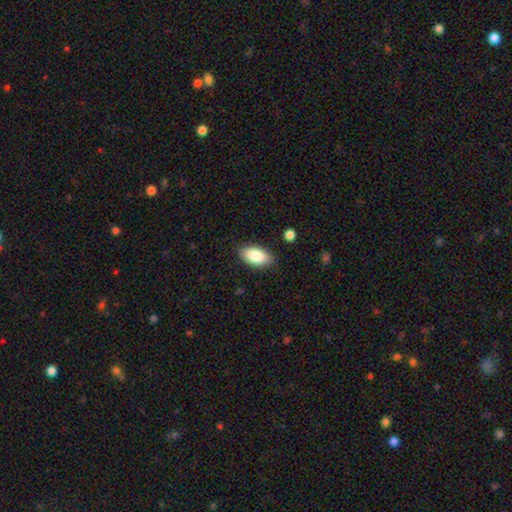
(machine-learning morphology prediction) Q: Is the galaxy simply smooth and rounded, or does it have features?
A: smooth — 86%.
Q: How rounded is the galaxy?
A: in between — 94%.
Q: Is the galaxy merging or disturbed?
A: none — 85%.